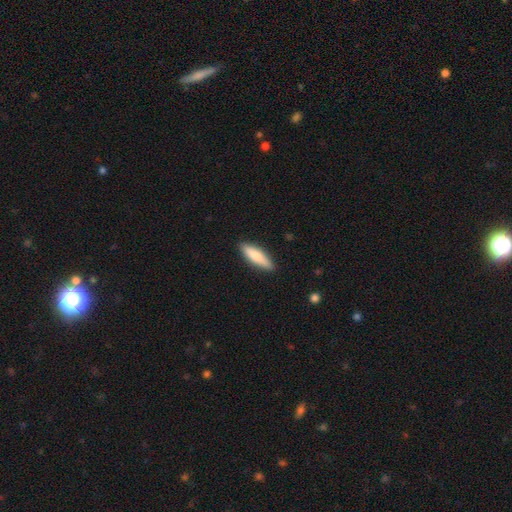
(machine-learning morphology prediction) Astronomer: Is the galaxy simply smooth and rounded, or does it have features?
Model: smooth — 78%.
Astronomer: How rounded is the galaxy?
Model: cigar-shaped — 65%.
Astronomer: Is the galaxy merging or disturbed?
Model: none — 89%.